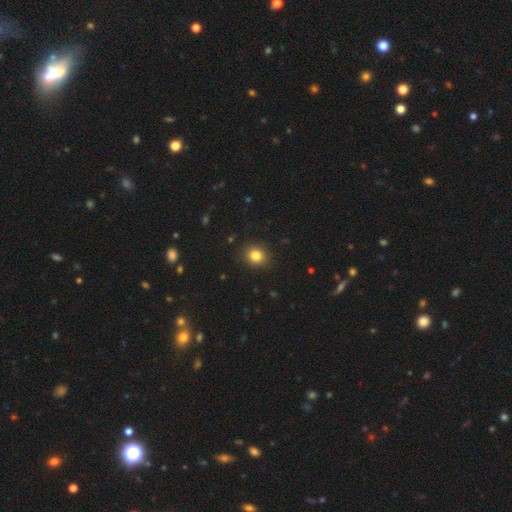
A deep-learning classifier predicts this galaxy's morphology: Smooth or featured? smooth (83%)
How rounded? round (73%)
Merging? none (90%)